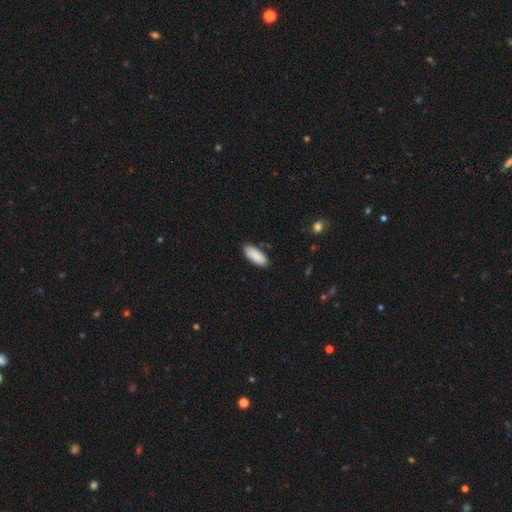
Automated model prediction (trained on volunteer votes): Smooth or featured? Predicted: smooth (p=0.90). How rounded? Predicted: in between (p=0.80). Merging? Predicted: none (p=0.83).